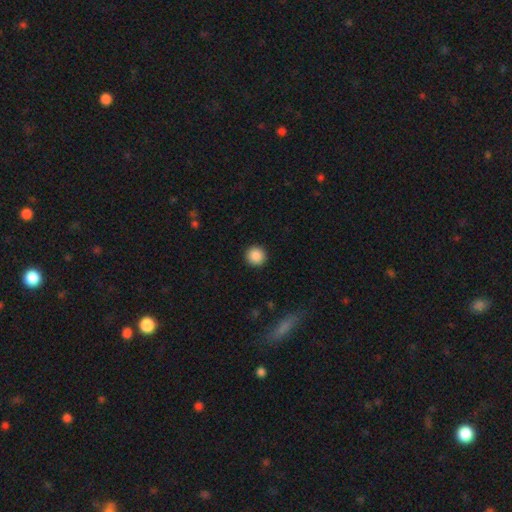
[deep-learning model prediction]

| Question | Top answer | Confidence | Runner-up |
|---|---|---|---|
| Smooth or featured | smooth | 88% | star or artifact (9%) |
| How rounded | round | 95% | in between (4%) |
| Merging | none | 93% | minor disturbance (4%) |